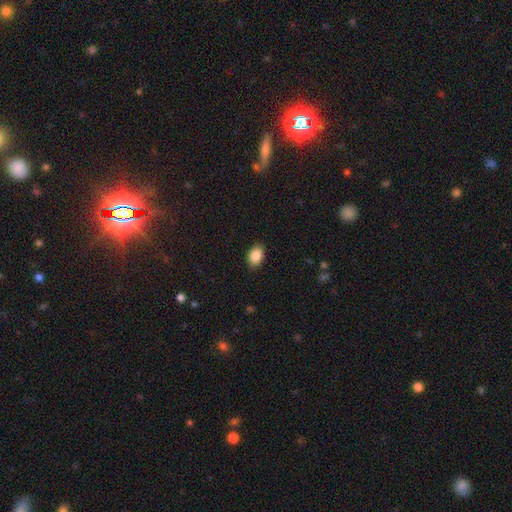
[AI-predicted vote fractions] A smooth galaxy with no disk features (88%) that is in between round and cigar-shaped (84%). Merging: none (88%).